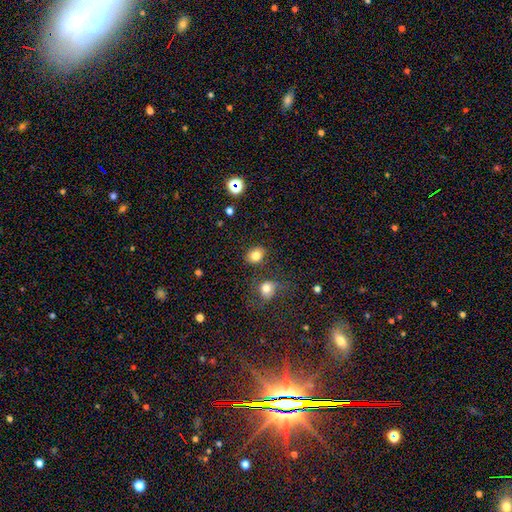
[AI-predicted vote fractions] Smooth or featured: smooth — 82% (star or artifact — 11%)
How rounded: in between — 53% (round — 46%)
Merging: none — 78% (minor disturbance — 10%)